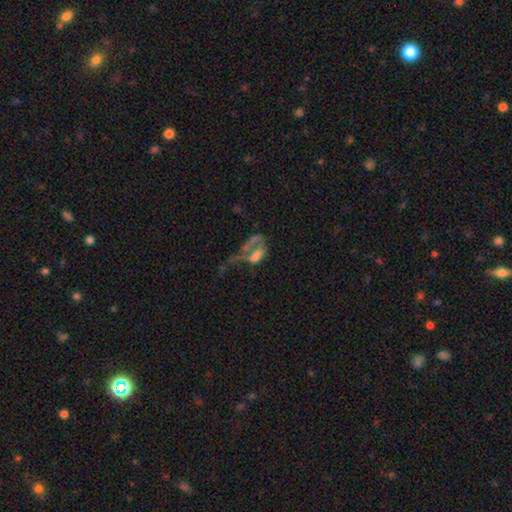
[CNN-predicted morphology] Smooth or featured?
  - featured or disk: 47% *
  - smooth: 39%
  - star or artifact: 14%
Merging?
  - major disturbance: 48% *
  - merger: 31%
  - none: 12%
  - minor disturbance: 9%